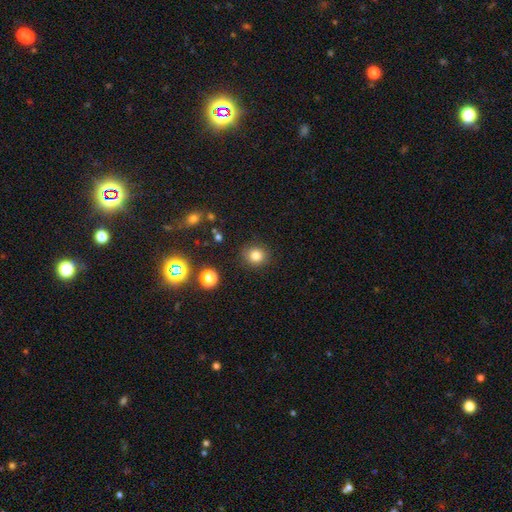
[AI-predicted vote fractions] This is clearly a smooth galaxy (80%). How rounded: clearly round (85%). Merging: clearly none (88%).